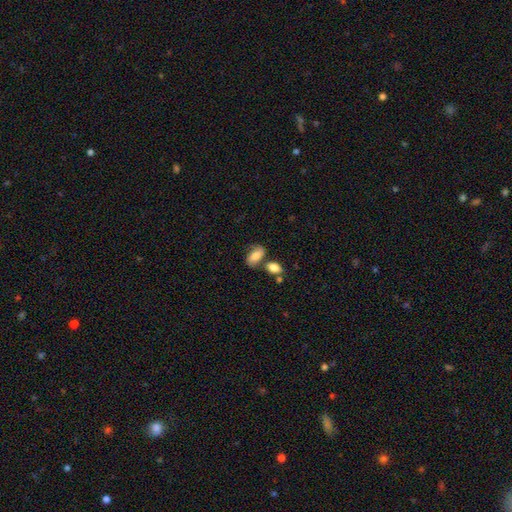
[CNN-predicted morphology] smooth-or-featured: smooth: 68% | featured or disk: 23% | star or artifact: 9%
  how-rounded: in between: 90% | round: 7% | cigar-shaped: 4%
  merging: none: 52% | merger: 23% | minor disturbance: 18% | major disturbance: 7%